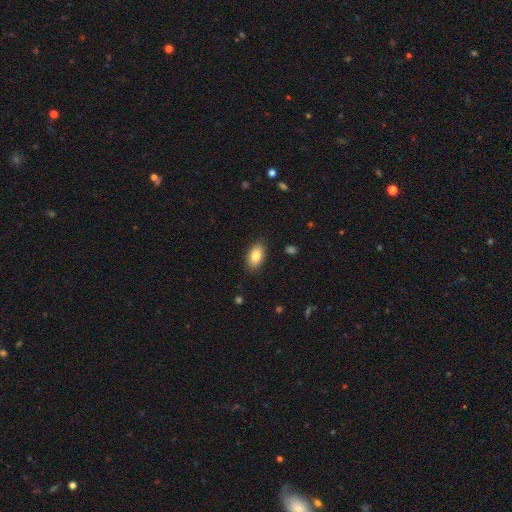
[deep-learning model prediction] Smooth or featured: smooth — 84% (featured or disk — 9%)
How rounded: in between — 93% (round — 5%)
Merging: none — 87% (minor disturbance — 10%)